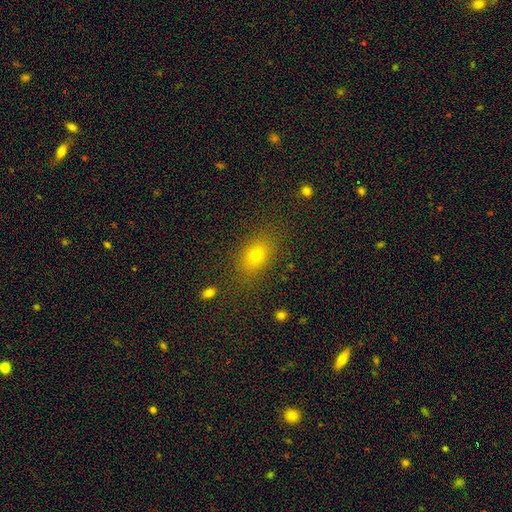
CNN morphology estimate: Smooth or featured? Predicted: smooth (p=0.75). How rounded? Predicted: in between (p=0.75). Merging? Predicted: none (p=0.81).